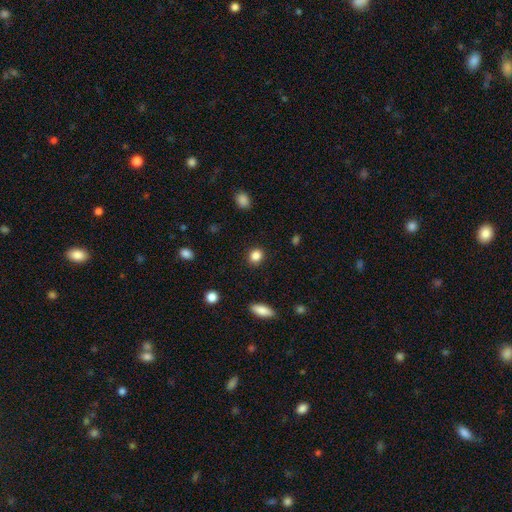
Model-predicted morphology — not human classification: This appears to be a smooth galaxy with no disk features (86%) that is round (80%). Merging: none (90%).